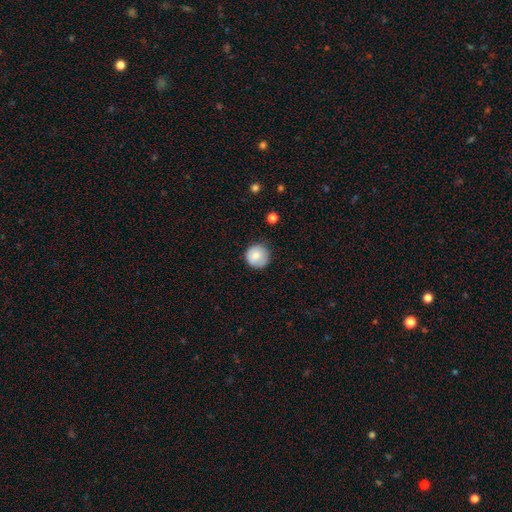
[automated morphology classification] Smooth or featured? Predicted: smooth (p=0.81). How rounded? Predicted: round (p=0.94). Merging? Predicted: none (p=0.79).